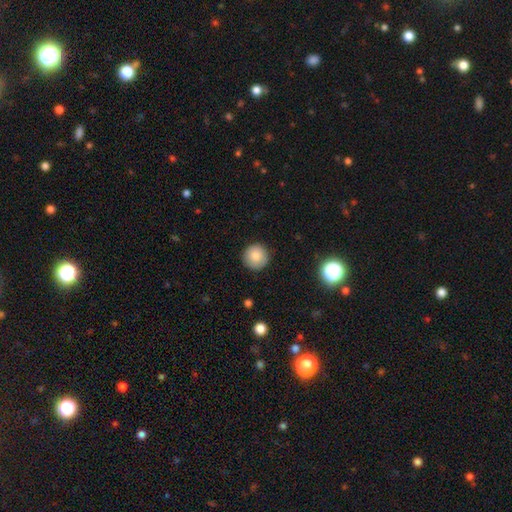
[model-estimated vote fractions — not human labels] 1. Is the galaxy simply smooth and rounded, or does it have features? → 85% smooth, 9% star or artifact, 7% featured or disk.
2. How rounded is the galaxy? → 96% round, 3% in between, 1% cigar-shaped.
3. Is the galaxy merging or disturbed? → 90% none, 7% minor disturbance, 2% major disturbance, 1% merger.